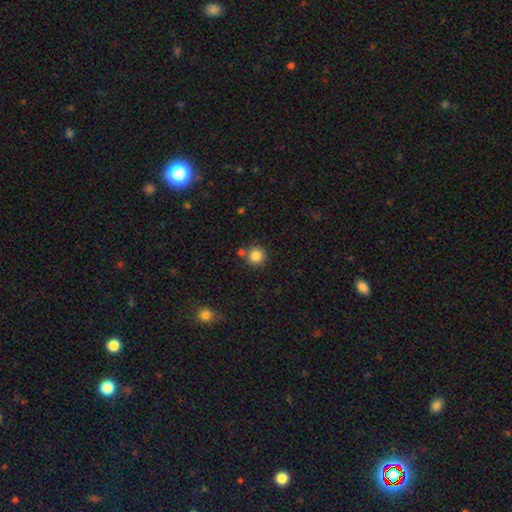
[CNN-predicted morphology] type=smooth (85%); roundness=round (94%); merging=none (79%).